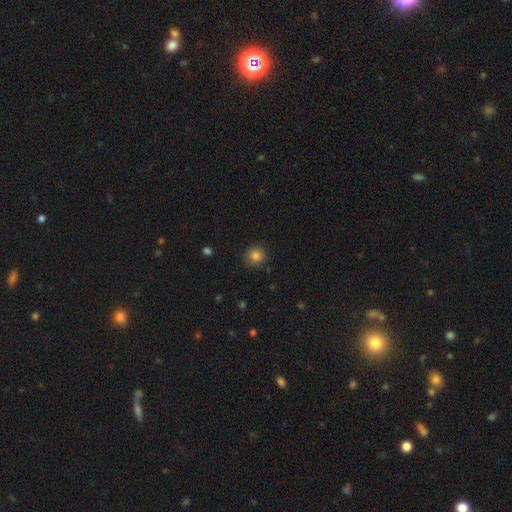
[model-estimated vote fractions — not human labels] Smooth or featured: smooth — 85% (star or artifact — 11%)
How rounded: round — 88% (in between — 11%)
Merging: none — 86% (minor disturbance — 10%)